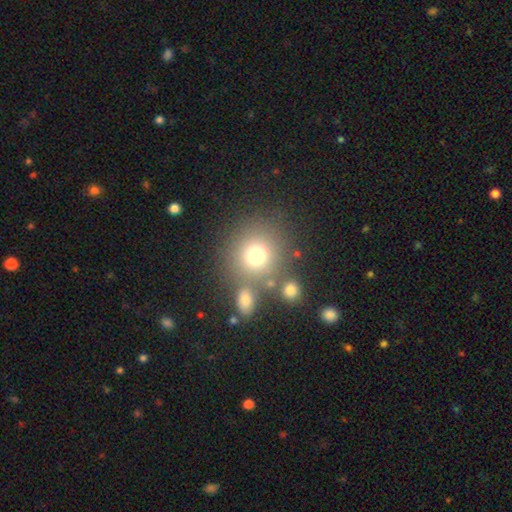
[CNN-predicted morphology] Q: Smooth or featured?
A: smooth (74%); runner-up: star or artifact (15%)
Q: How rounded?
A: round (88%); runner-up: in between (11%)
Q: Merging?
A: none (68%); runner-up: merger (16%)